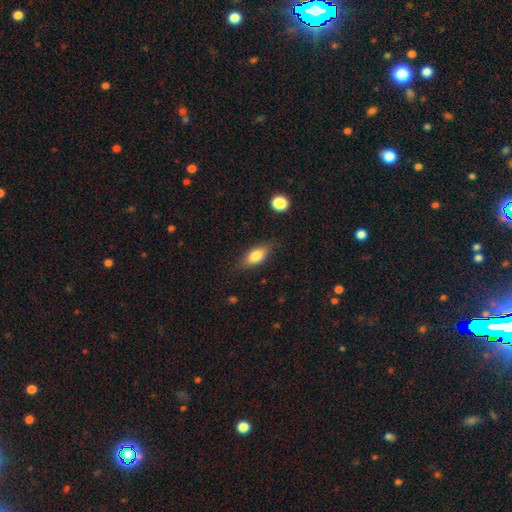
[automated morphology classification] This is likely a smooth galaxy (77%). How rounded: clearly in between (82%). Merging: likely none (79%).